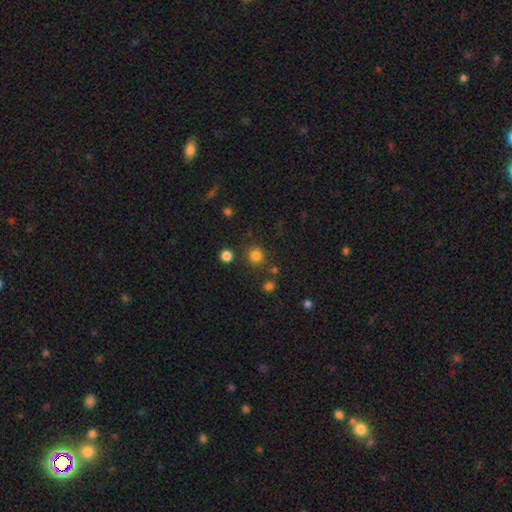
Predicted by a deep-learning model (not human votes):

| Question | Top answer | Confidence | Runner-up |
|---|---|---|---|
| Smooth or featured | smooth | 80% | star or artifact (15%) |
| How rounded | round | 92% | in between (7%) |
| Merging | none | 82% | minor disturbance (8%) |